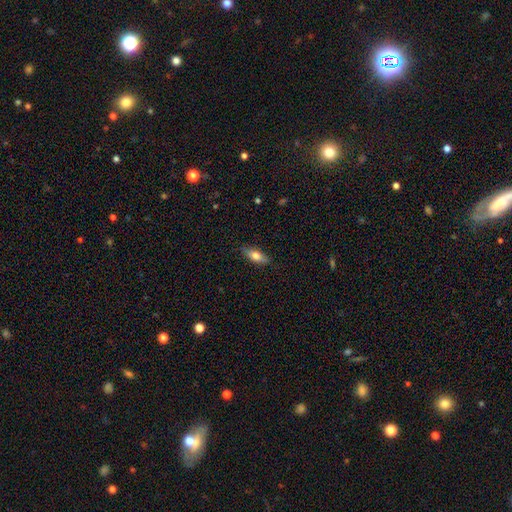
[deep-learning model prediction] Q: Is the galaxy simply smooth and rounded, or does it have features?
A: smooth — 67%.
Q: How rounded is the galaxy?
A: in between — 69%.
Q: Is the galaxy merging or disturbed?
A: none — 85%.